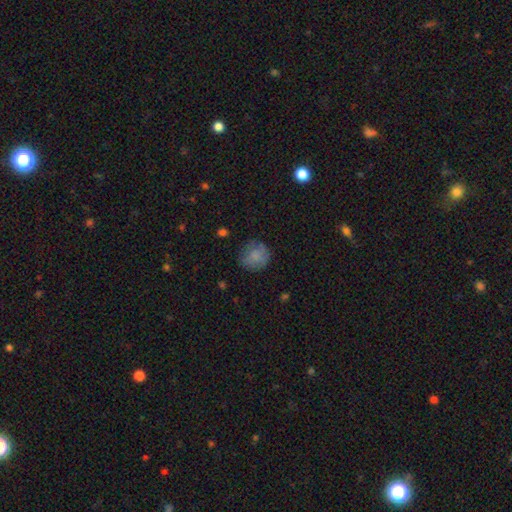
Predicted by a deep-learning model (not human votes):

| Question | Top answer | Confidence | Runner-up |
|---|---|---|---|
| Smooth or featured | smooth | 78% | featured or disk (14%) |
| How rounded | round | 88% | in between (11%) |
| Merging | none | 72% | minor disturbance (19%) |